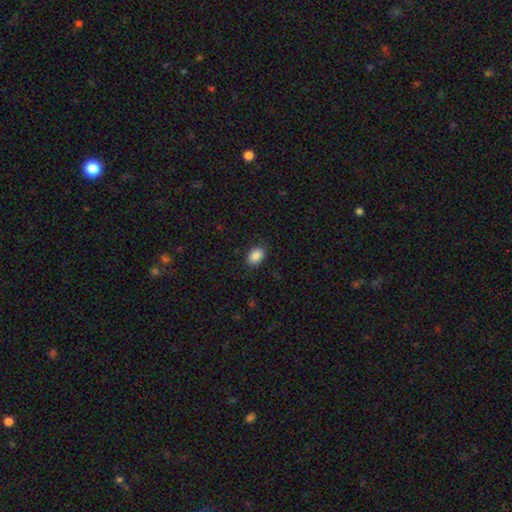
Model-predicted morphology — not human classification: Smooth or featured? Predicted: smooth (p=0.88). How rounded? Predicted: in between (p=0.85). Merging? Predicted: none (p=0.86).